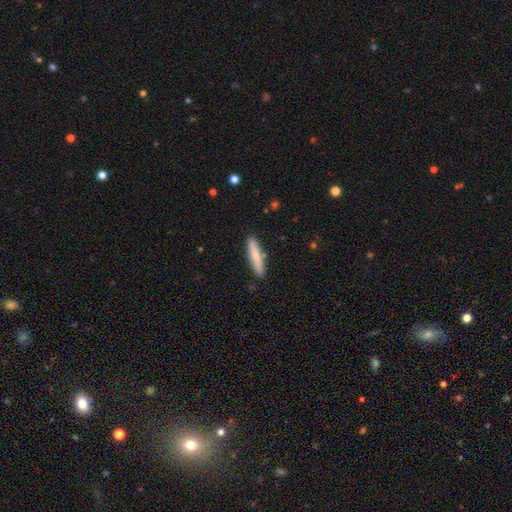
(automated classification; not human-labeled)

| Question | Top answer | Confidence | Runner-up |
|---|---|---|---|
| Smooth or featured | smooth | 79% | featured or disk (16%) |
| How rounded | cigar-shaped | 84% | in between (14%) |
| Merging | none | 87% | minor disturbance (9%) |